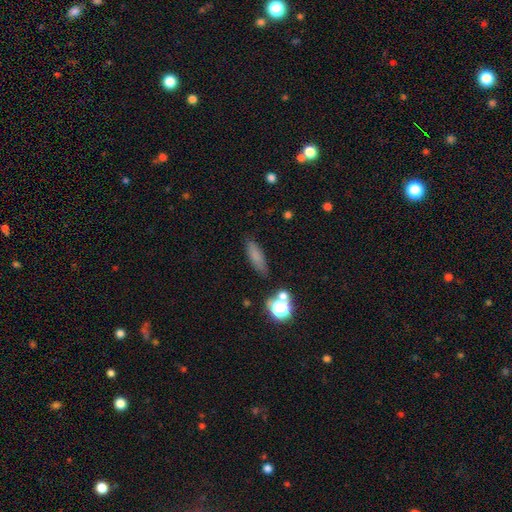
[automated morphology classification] Q: Smooth or featured?
A: smooth (75%); runner-up: star or artifact (14%)
Q: How rounded?
A: cigar-shaped (52%); runner-up: in between (42%)
Q: Merging?
A: none (80%); runner-up: minor disturbance (12%)